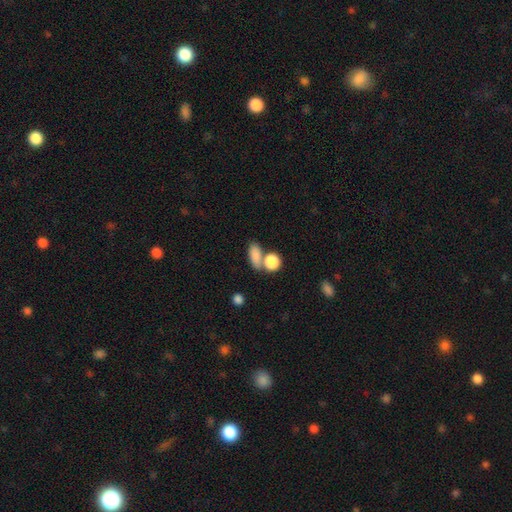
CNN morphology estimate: smooth_or_featured: smooth (p=0.84) [alt: star or artifact p=0.08]
how_rounded: in between (p=0.72) [alt: round p=0.19]
merging: none (p=0.48) [alt: merger p=0.36]